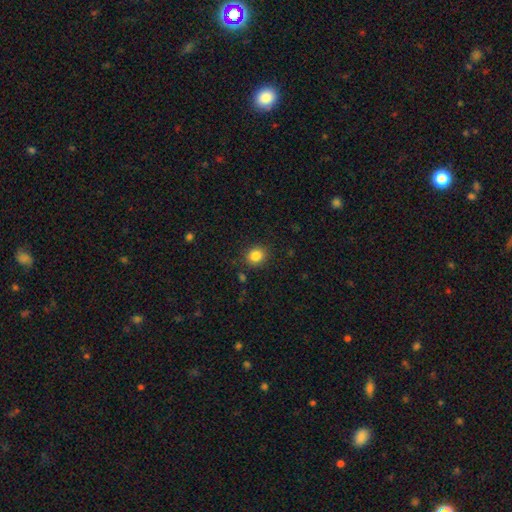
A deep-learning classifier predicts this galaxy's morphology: Smooth or featured? Predicted: smooth (p=0.84). How rounded? Predicted: round (p=0.77). Merging? Predicted: none (p=0.88).